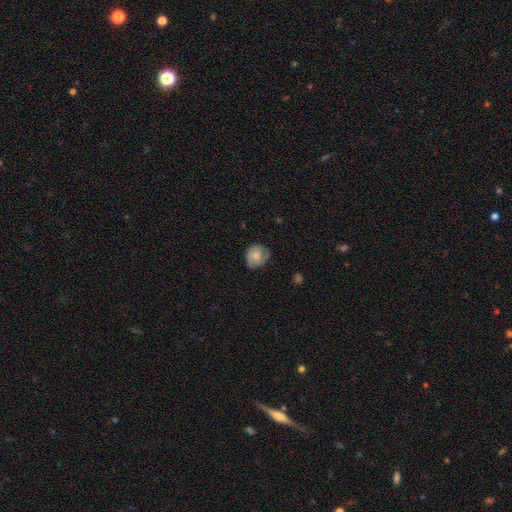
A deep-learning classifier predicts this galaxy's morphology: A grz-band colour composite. It shows a smooth galaxy with no disk features (54%) that is round (77%). Merging: none (64%).